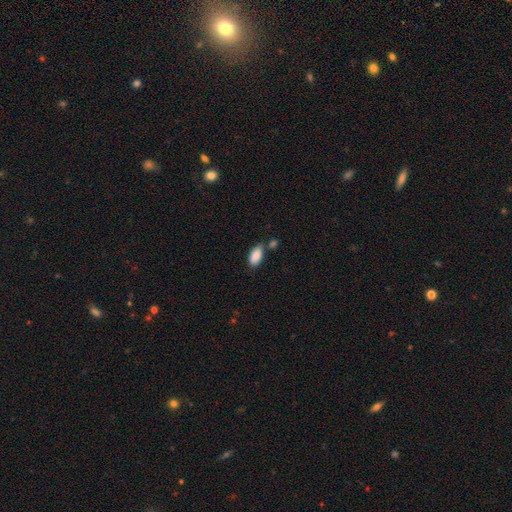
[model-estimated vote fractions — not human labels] This appears to be a smooth galaxy with no disk features (87%) that is in between round and cigar-shaped (93%). Merging: none (60%).